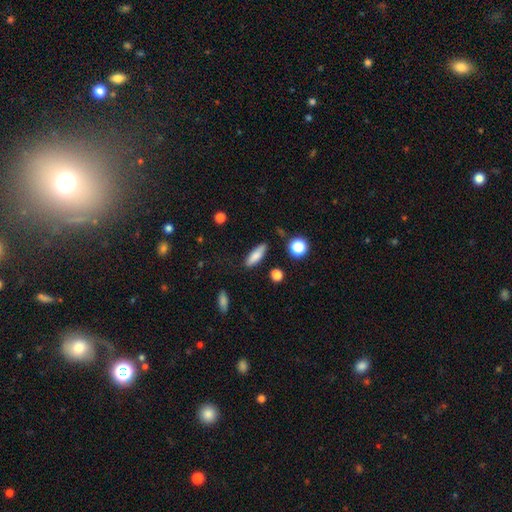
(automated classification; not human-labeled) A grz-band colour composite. It shows a smooth galaxy with no disk features (81%) that is cigar-shaped (49%). Merging: none (81%).